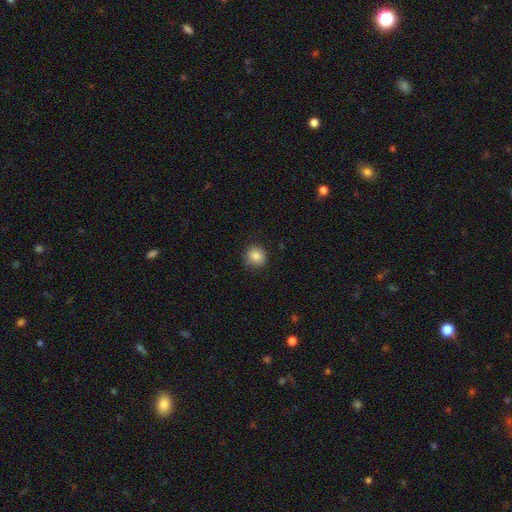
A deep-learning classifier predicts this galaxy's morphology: type=smooth (85%); roundness=round (87%); merging=none (85%).